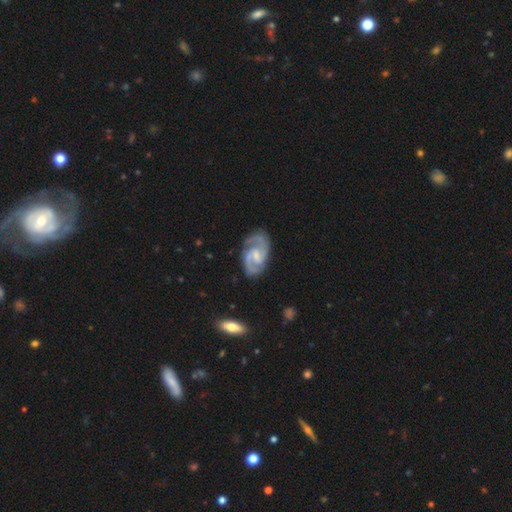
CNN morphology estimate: Q: Smooth or featured?
A: featured or disk (88%); runner-up: smooth (8%)
Q: Edge-on disk?
A: no (97%); runner-up: yes (3%)
Q: Bar?
A: weak (58%); runner-up: no (27%)
Q: Spiral arms?
A: yes (97%); runner-up: no (3%)
Q: Spiral winding?
A: medium (56%); runner-up: tight (30%)
Q: Spiral arm count?
A: 2 (88%); runner-up: can't tell (4%)
Q: Bulge size?
A: small (44%); runner-up: moderate (33%)
Q: Merging?
A: none (77%); runner-up: minor disturbance (16%)